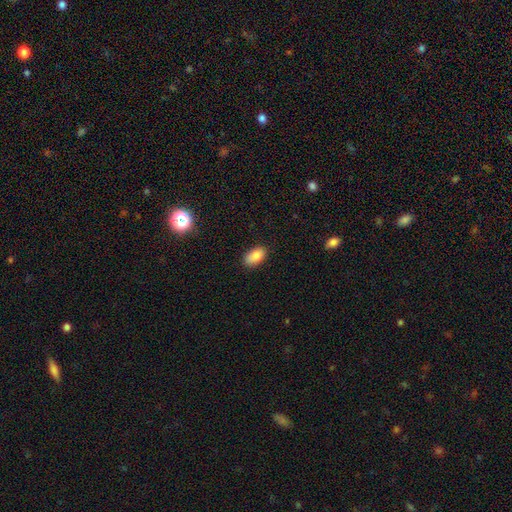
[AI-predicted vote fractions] The model was most divided on "merging": none: 84%, minor disturbance: 12%, major disturbance: 2%, merger: 1%. More confident: how rounded — in between (93%); smooth or featured — smooth (84%).